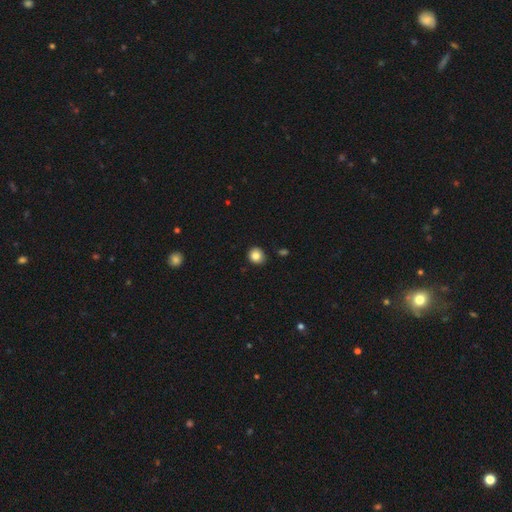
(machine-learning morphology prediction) This appears to be a smooth galaxy with no disk features (85%) that is round (84%). Merging: none (87%).